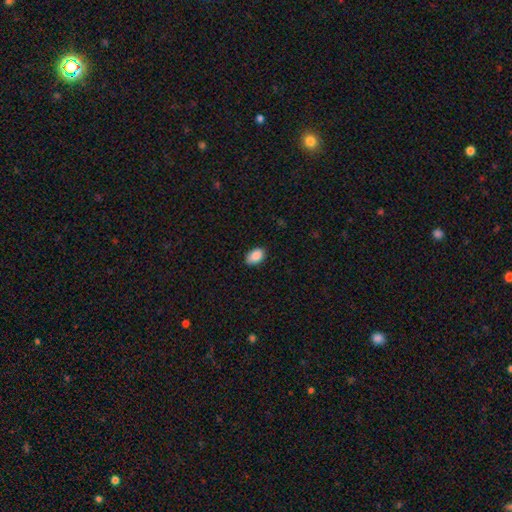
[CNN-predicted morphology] Smooth or featured: smooth — 89% (star or artifact — 7%)
How rounded: in between — 89% (round — 9%)
Merging: none — 82% (minor disturbance — 15%)